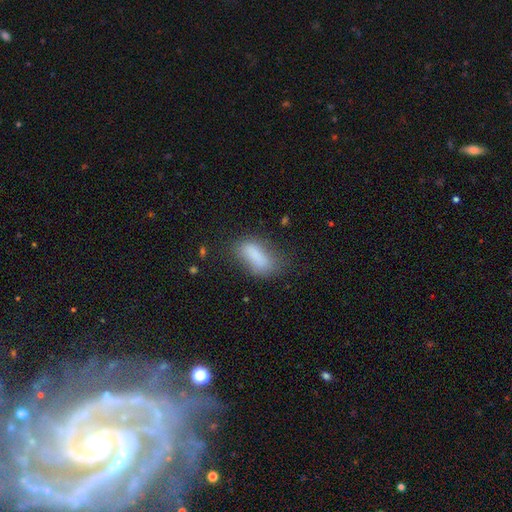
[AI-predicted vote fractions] Overall: smooth (80%). How rounded: in between (78%). Merging: none (56%; minor disturbance 26%).